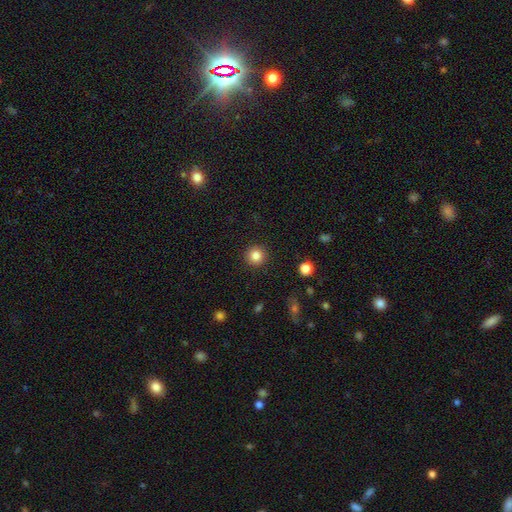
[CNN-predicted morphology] type=smooth (84%); roundness=round (95%); merging=none (92%).